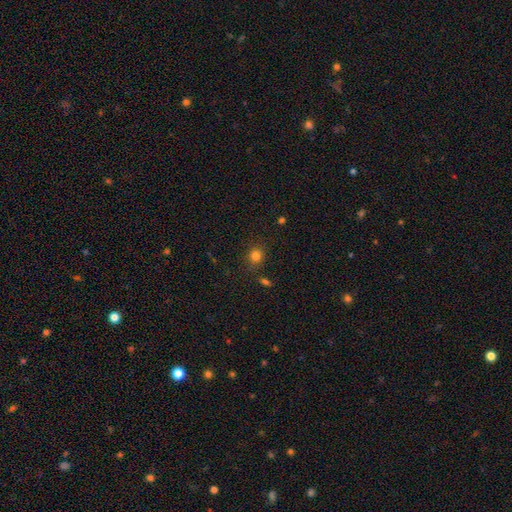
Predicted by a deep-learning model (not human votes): A smooth galaxy with no disk features (80%) that is round (76%). Merging: none (81%).